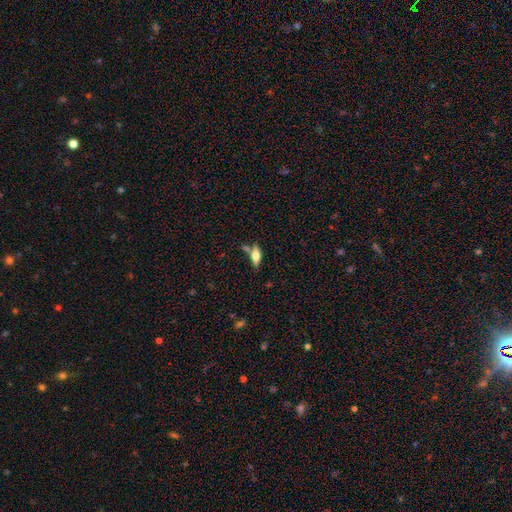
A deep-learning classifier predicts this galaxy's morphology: A smooth galaxy with no disk features (49%).

Vote fractions:
- Smooth or featured? smooth: 49% / featured or disk: 43% / star or artifact: 8%
- Merging? none: 63% / merger: 17% / minor disturbance: 15% / major disturbance: 5%